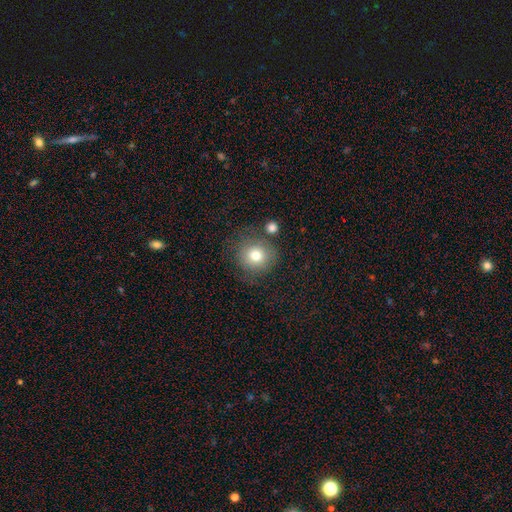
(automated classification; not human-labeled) This is likely a smooth galaxy (76%). How rounded: clearly round (88%). Merging: likely none (72%).